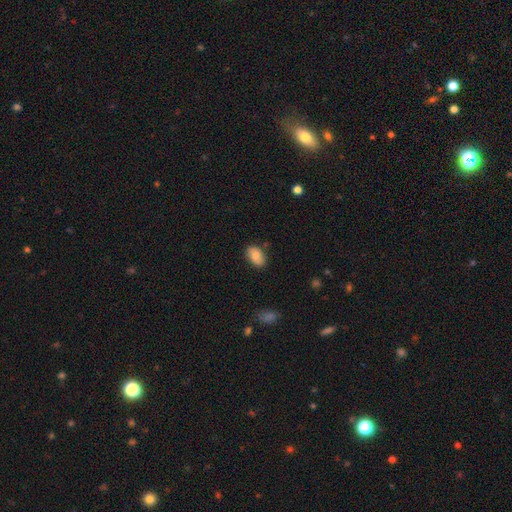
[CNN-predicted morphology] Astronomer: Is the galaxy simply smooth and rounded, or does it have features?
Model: smooth — 83%.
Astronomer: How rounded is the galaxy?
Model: in between — 91%.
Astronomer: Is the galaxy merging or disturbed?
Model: none — 82%.